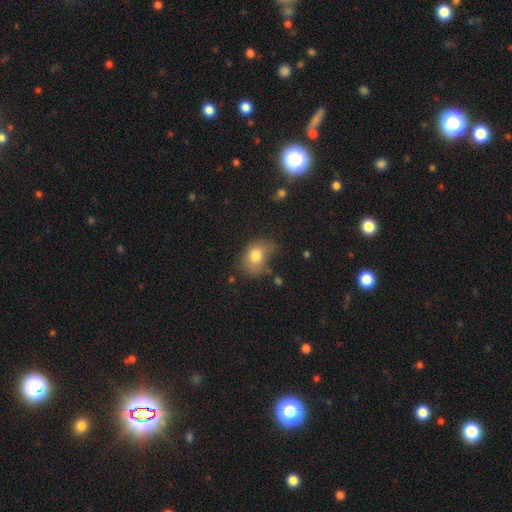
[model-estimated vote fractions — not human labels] Smooth or featured: smooth — 78% (featured or disk — 13%)
How rounded: in between — 67% (round — 32%)
Merging: none — 41% (minor disturbance — 35%)